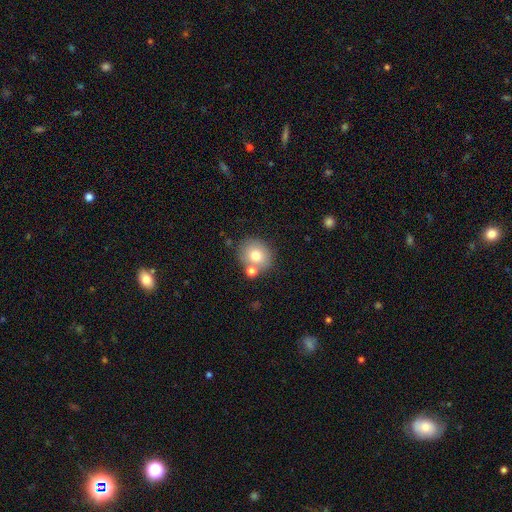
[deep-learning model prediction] A smooth galaxy with no disk features (76%) that is round (73%).

Vote fractions:
- Smooth or featured? smooth: 76% / featured or disk: 15% / star or artifact: 10%
- How rounded? round: 73% / in between: 26% / cigar-shaped: 1%
- Merging? none: 66% / merger: 18% / minor disturbance: 12% / major disturbance: 4%